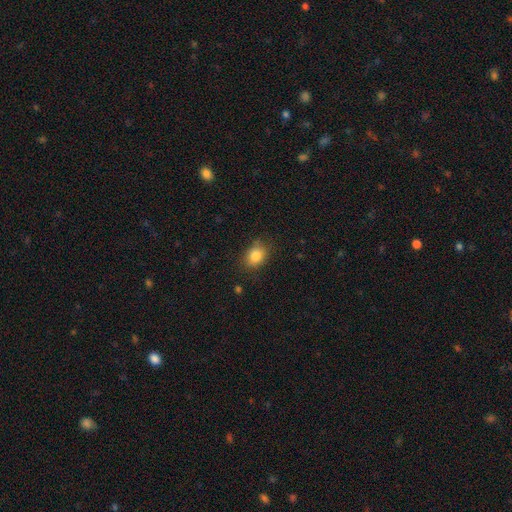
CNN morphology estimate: A smooth galaxy with no disk features (84%) that is in between round and cigar-shaped (60%). Merging: none (77%).